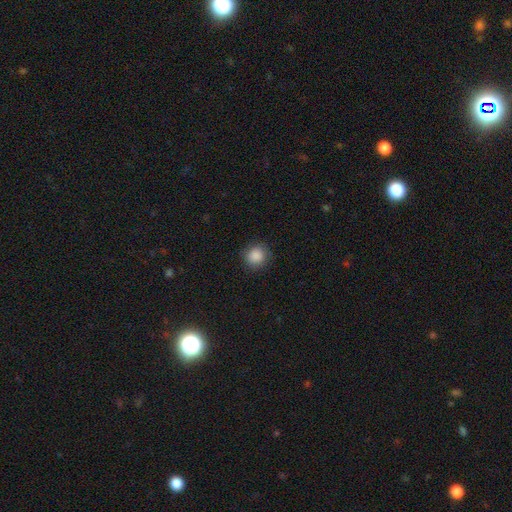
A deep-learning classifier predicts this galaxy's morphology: A smooth galaxy with no disk features (87%) that is round (91%).

Vote fractions:
- Smooth or featured? smooth: 87% / star or artifact: 9% / featured or disk: 3%
- How rounded? round: 91% / in between: 8% / cigar-shaped: 1%
- Merging? none: 87% / minor disturbance: 9% / major disturbance: 3% / merger: 1%